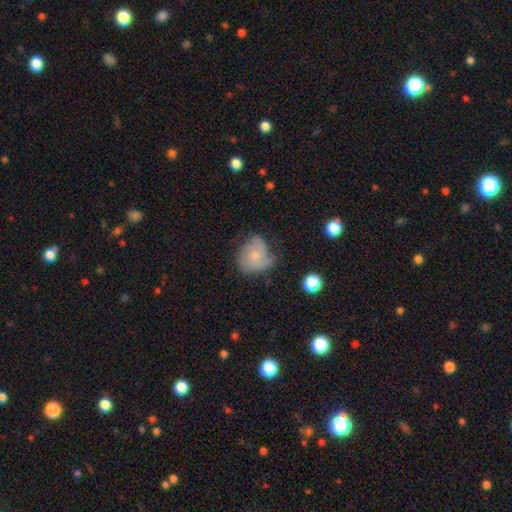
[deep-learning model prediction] Smooth or featured? Predicted: featured or disk (p=0.47). Merging? Predicted: none (p=0.40).